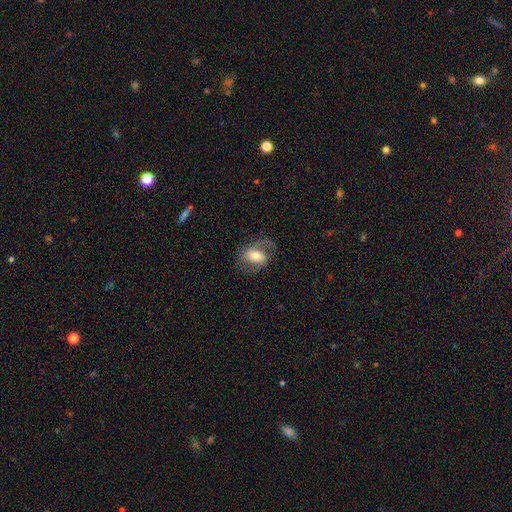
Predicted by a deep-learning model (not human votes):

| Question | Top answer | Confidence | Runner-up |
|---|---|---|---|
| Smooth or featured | featured or disk | 63% | smooth (30%) |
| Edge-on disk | no | 95% | yes (5%) |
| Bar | weak | 38% | strong (32%) |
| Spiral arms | yes | 82% | no (18%) |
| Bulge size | moderate | 61% | small (19%) |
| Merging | none | 68% | minor disturbance (17%) |